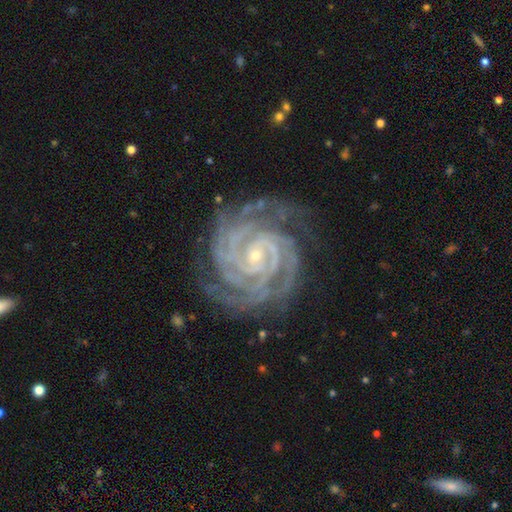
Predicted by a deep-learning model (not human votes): Overall: featured or disk (93%). Edge-on disk: no (98%). Bar: no (55%; weak 29%). Spiral arms: yes (99%). Spiral arm count: 4 (29%; 3 22%). Spiral winding: tight (84%). Bulge size: small (81%). Merging: none (76%).